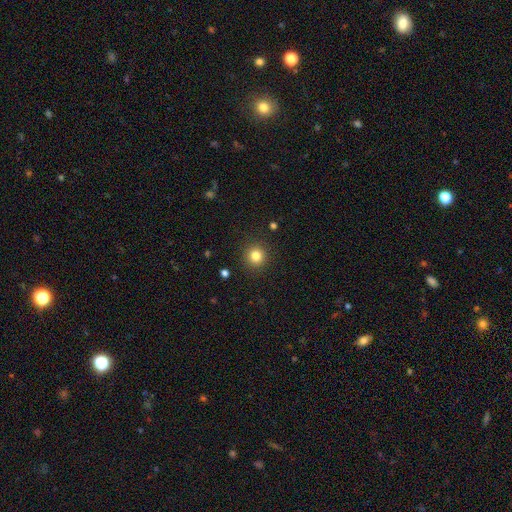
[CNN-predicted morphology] A smooth galaxy with no disk features (83%) that is round (94%).

Vote fractions:
- Smooth or featured? smooth: 83% / star or artifact: 12% / featured or disk: 5%
- How rounded? round: 94% / in between: 5% / cigar-shaped: 1%
- Merging? none: 91% / minor disturbance: 5% / major disturbance: 2% / merger: 1%